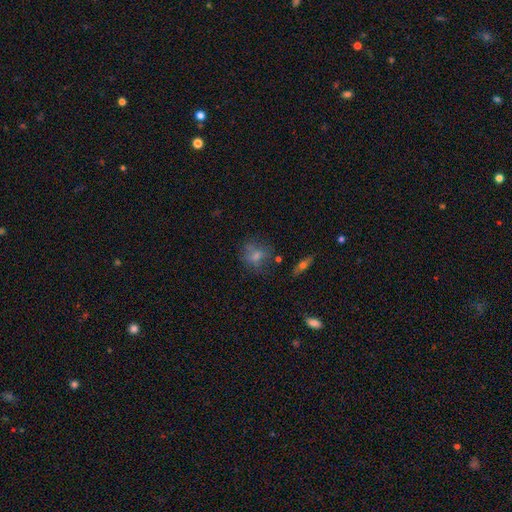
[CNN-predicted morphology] This appears to be a smooth galaxy with no disk features (62%) that is round (55%). Merging: none (54%).